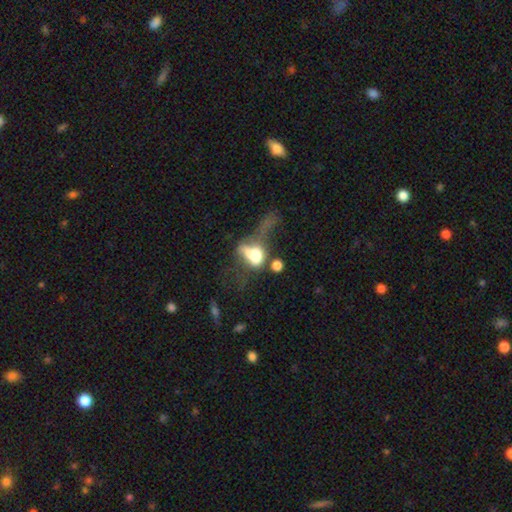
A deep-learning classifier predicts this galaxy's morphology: A smooth galaxy with no disk features (52%) that is in between round and cigar-shaped (69%). Merging: major disturbance (45%).